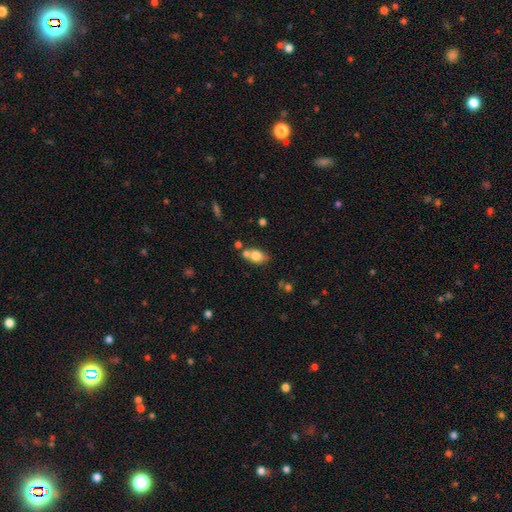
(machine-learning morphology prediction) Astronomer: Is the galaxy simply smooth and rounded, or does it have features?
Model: smooth — 75%.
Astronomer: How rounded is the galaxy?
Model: in between — 74%.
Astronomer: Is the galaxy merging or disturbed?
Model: none — 50% (runner-up: merger, 30%).